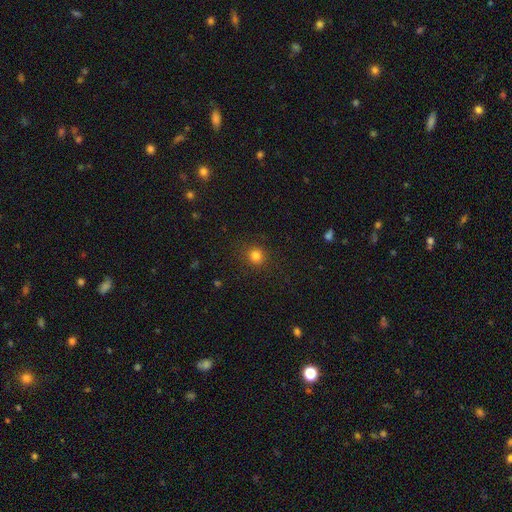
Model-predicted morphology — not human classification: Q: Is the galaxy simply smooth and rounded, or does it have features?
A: smooth — 82%.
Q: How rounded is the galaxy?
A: round — 91%.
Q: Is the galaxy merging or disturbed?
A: none — 89%.